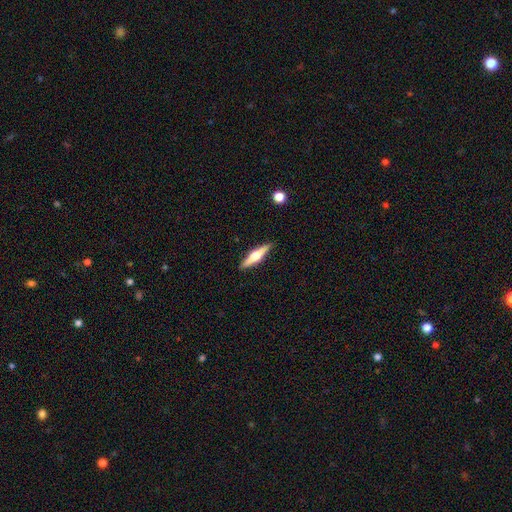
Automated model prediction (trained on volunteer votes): A featured or disk galaxy (65%) viewed edge-on (97%) with a rounded central bulge (94%). Merging: none (90%).